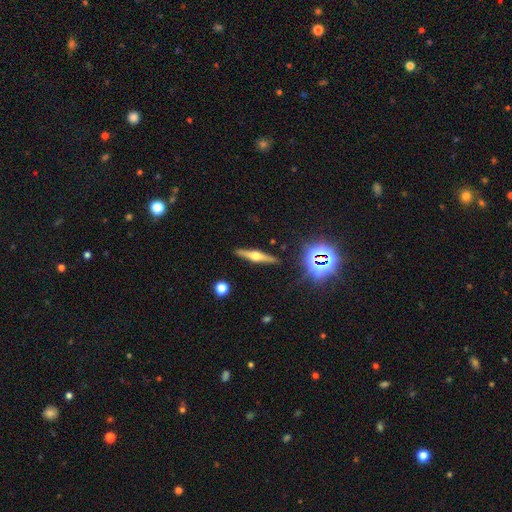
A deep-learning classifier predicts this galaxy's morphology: Smooth or featured? Predicted: featured or disk (p=0.67). Edge-on disk? Predicted: yes (p=0.97). Edge-on bulge? Predicted: rounded (p=0.94). Merging? Predicted: none (p=0.90).